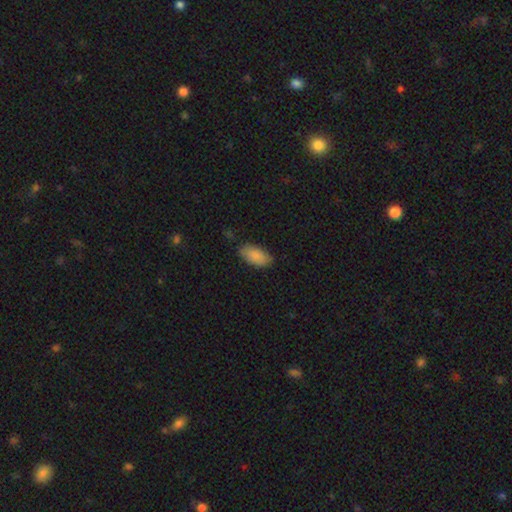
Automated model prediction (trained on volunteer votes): smooth 86%, featured or disk 8%, star or artifact 6%. Down the decision tree: how rounded — in between (94%); merging — none (76%).